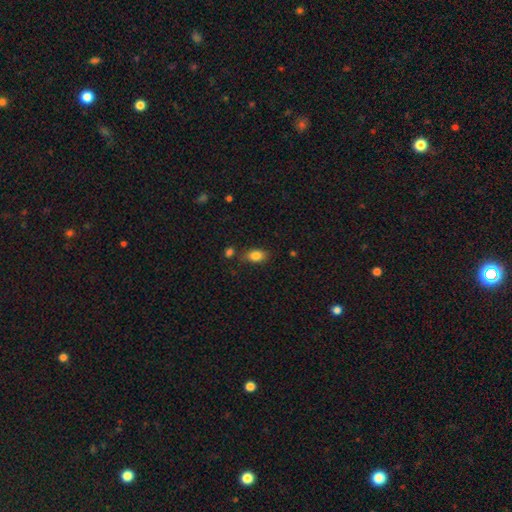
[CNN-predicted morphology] Q: Smooth or featured?
A: smooth (83%); runner-up: star or artifact (9%)
Q: How rounded?
A: in between (86%); runner-up: round (10%)
Q: Merging?
A: none (74%); runner-up: minor disturbance (15%)